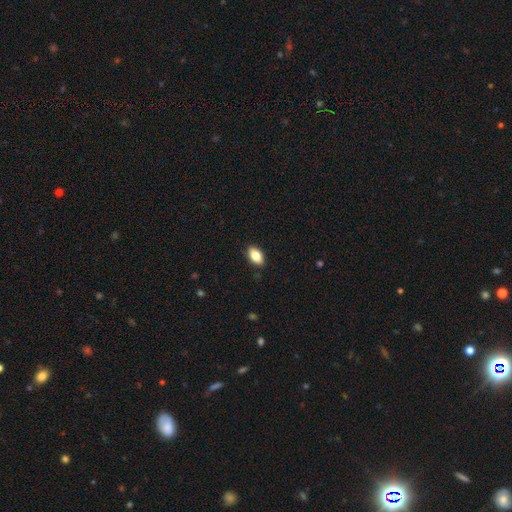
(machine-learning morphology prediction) This appears to be a smooth galaxy with no disk features (83%) that is in between round and cigar-shaped (91%). Merging: none (88%).